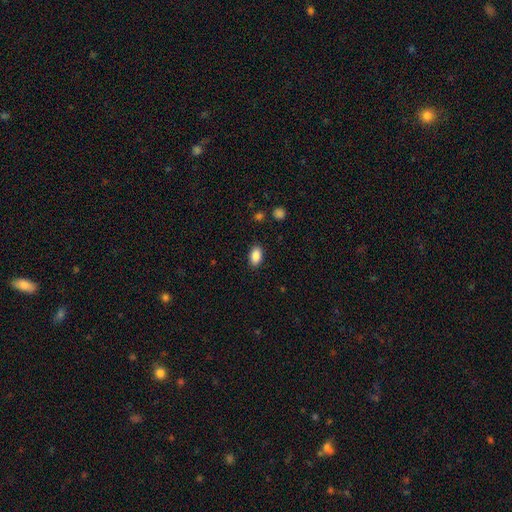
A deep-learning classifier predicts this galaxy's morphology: Smooth or featured? Predicted: smooth (p=0.88). How rounded? Predicted: in between (p=0.90). Merging? Predicted: none (p=0.88).